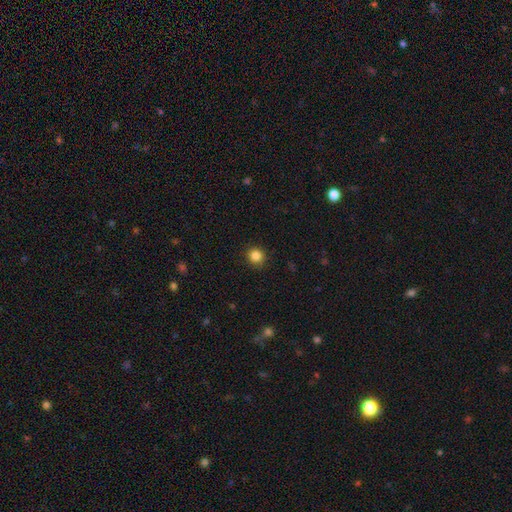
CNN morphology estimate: Smooth or featured? Predicted: smooth (p=0.85). How rounded? Predicted: round (p=0.92). Merging? Predicted: none (p=0.91).